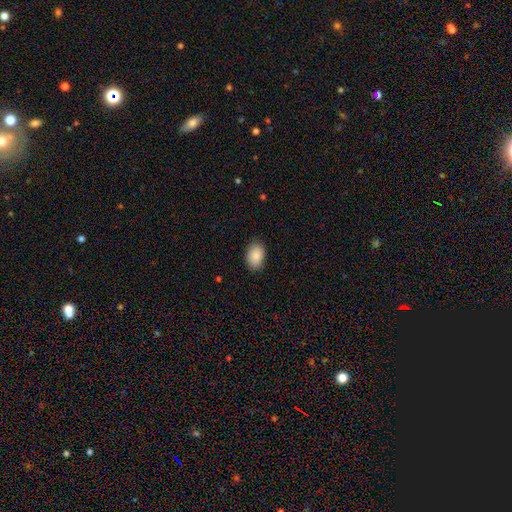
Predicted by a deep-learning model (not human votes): smooth_or_featured: smooth (p=0.89) [alt: star or artifact p=0.07]
how_rounded: in between (p=0.87) [alt: round p=0.12]
merging: none (p=0.86) [alt: minor disturbance p=0.11]